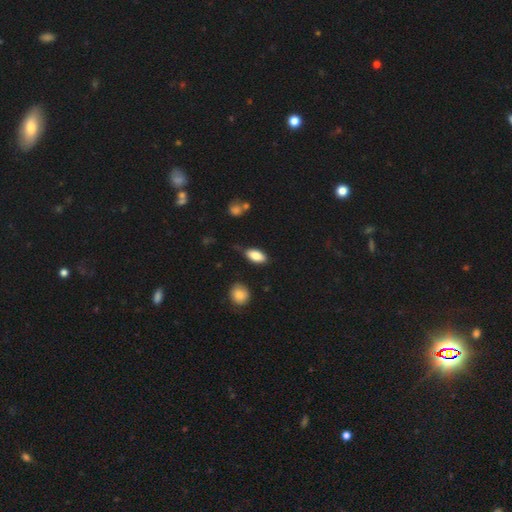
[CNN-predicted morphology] This appears to be a smooth galaxy with no disk features (85%) that is in between round and cigar-shaped (88%). Merging: none (74%).